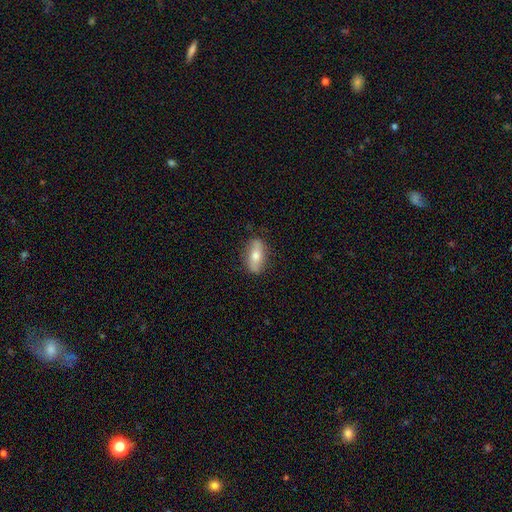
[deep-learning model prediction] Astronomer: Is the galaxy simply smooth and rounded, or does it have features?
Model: smooth — 58% (runner-up: featured or disk, 36%).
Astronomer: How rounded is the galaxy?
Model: in between — 74%.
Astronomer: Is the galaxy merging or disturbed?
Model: none — 83%.